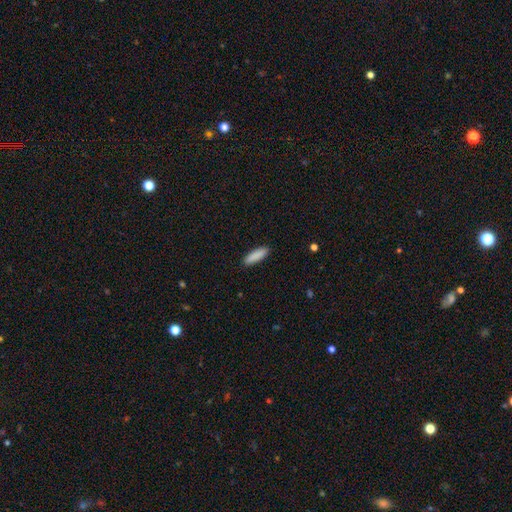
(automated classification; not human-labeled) A smooth galaxy with no disk features (89%) that is cigar-shaped (65%). Merging: none (91%).